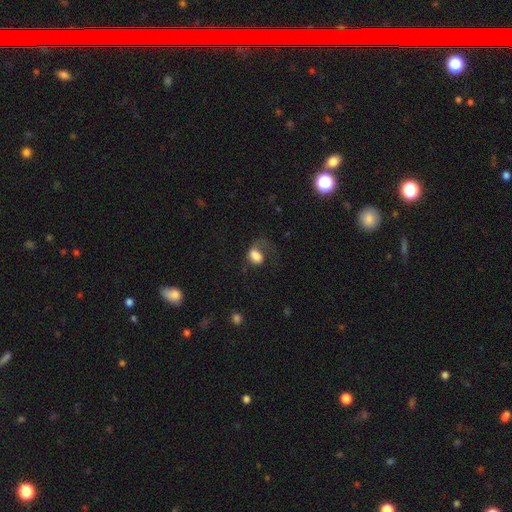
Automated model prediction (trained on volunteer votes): This appears to be a smooth galaxy with no disk features (70%) that is in between round and cigar-shaped (74%). Merging: major disturbance (52%).